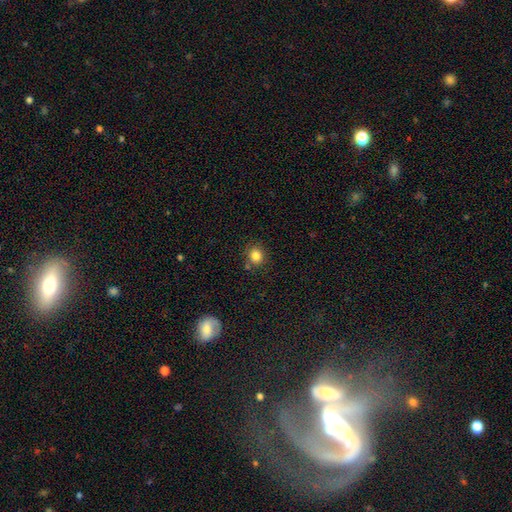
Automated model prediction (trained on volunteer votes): A smooth galaxy with no disk features (83%) that is round (79%).

Vote fractions:
- Smooth or featured? smooth: 83% / star or artifact: 11% / featured or disk: 6%
- How rounded? round: 79% / in between: 20% / cigar-shaped: 1%
- Merging? none: 80% / minor disturbance: 11% / merger: 7% / major disturbance: 3%